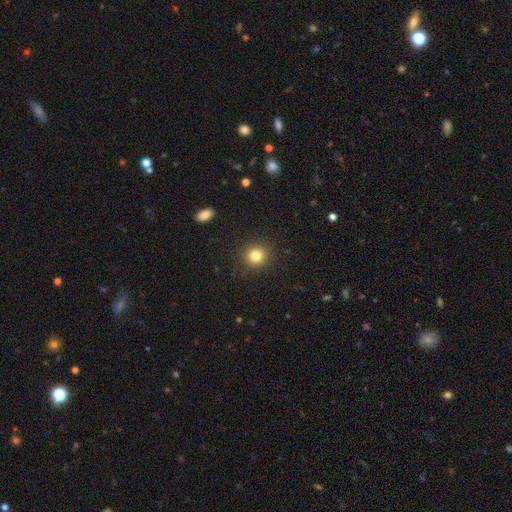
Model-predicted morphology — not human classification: smooth-or-featured: smooth: 82% | star or artifact: 12% | featured or disk: 6%
  how-rounded: round: 91% | in between: 8% | cigar-shaped: 1%
  merging: none: 91% | minor disturbance: 6% | major disturbance: 2% | merger: 1%